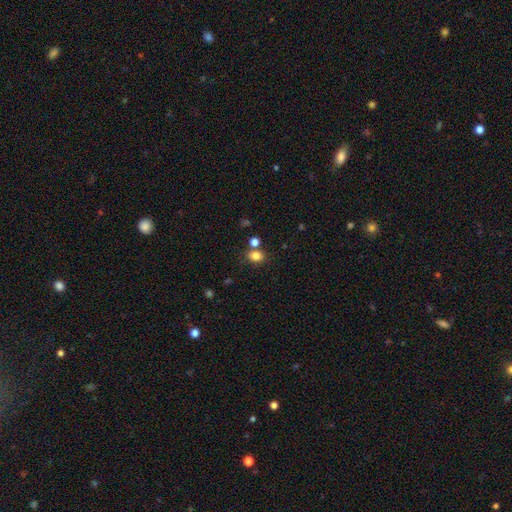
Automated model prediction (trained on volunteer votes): Morphology: type=smooth (81%); roundness=in between (61%); merging=none (68%).